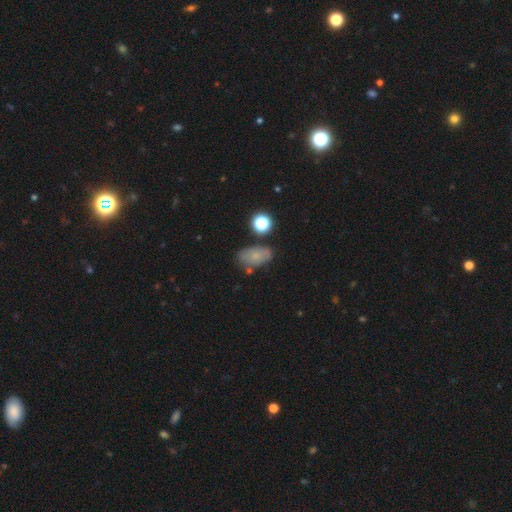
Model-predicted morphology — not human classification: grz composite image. It shows a smooth galaxy with no disk features (68%) that is in between round and cigar-shaped (85%). Merging: none (62%).